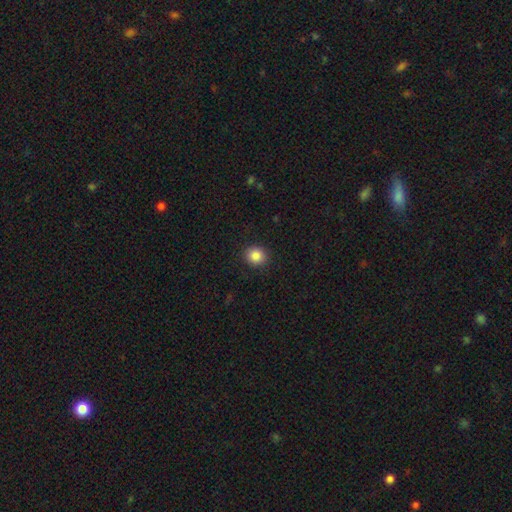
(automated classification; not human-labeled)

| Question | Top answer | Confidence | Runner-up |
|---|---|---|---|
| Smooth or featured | smooth | 86% | star or artifact (10%) |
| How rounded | round | 83% | in between (16%) |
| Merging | none | 91% | minor disturbance (6%) |